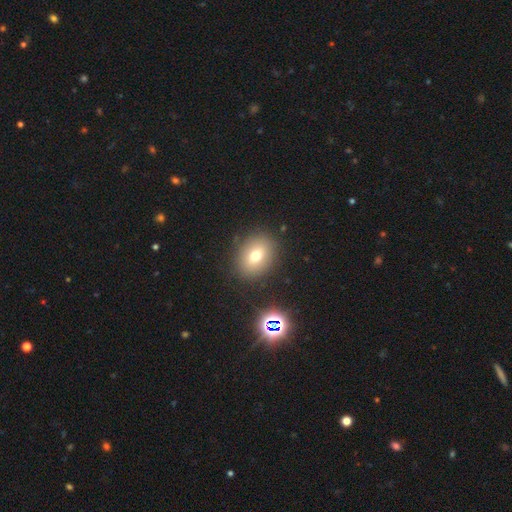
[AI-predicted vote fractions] Q: Smooth or featured?
A: smooth (69%); runner-up: featured or disk (16%)
Q: How rounded?
A: in between (52%); runner-up: round (47%)
Q: Merging?
A: none (86%); runner-up: minor disturbance (9%)